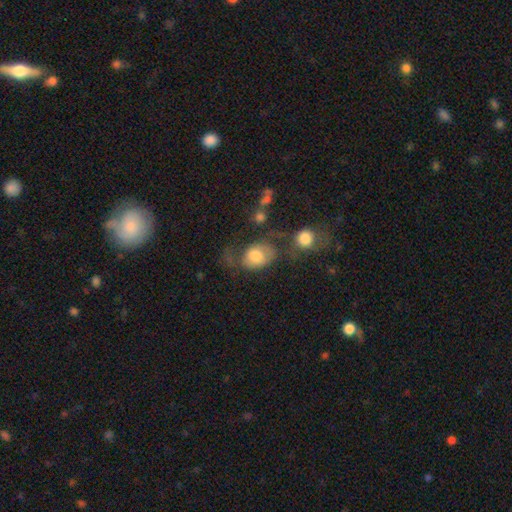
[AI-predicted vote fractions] This appears to be a smooth galaxy with no disk features (64%) that is in between round and cigar-shaped (65%). Merging: none (35%).